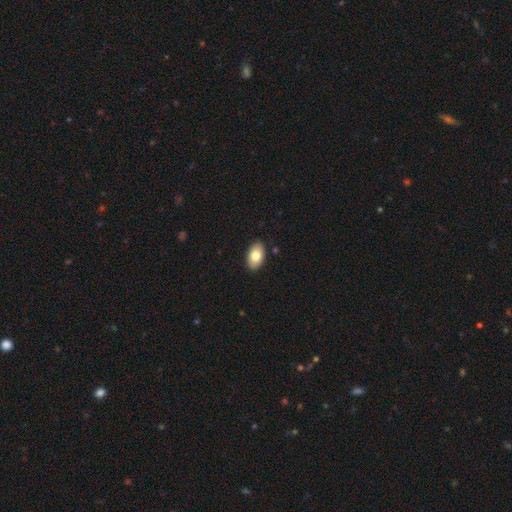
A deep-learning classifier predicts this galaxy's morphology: Smooth or featured: smooth — 80% (featured or disk — 13%)
How rounded: in between — 93% (round — 5%)
Merging: none — 89% (minor disturbance — 8%)